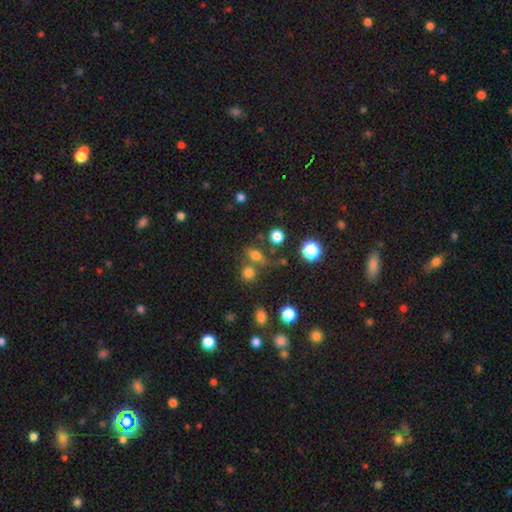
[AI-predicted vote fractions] The model was most divided on "how rounded": in between: 49%, round: 39%, cigar-shaped: 12%. More confident: smooth or featured — smooth (67%); merging — none (57%).